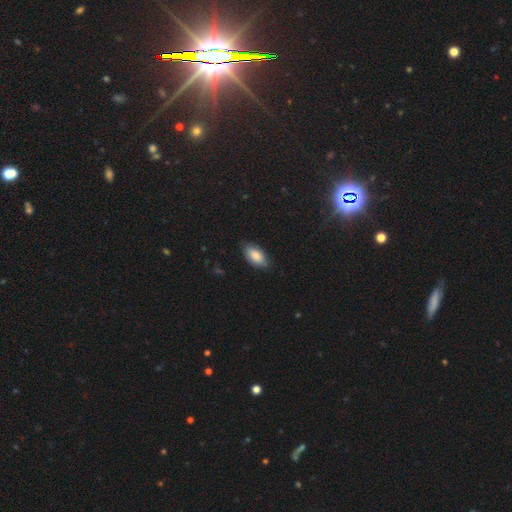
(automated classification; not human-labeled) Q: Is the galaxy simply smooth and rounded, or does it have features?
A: smooth — 85%.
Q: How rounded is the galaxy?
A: in between — 94%.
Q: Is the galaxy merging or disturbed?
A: none — 81%.